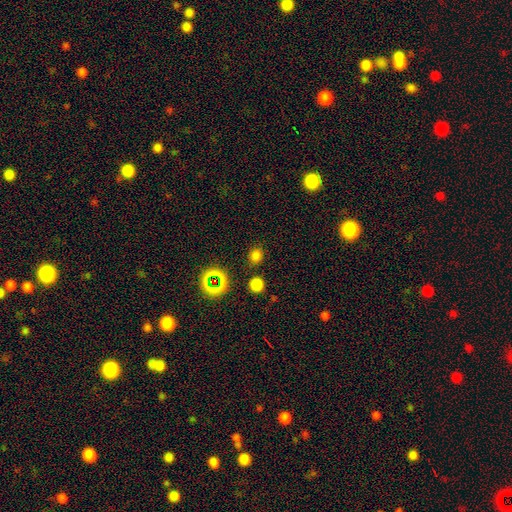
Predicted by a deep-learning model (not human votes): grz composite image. It shows a smooth galaxy with no disk features (70%) that is round (80%). Merging: none (82%).